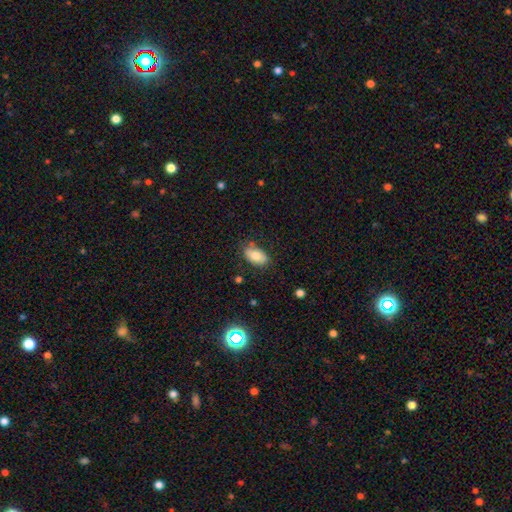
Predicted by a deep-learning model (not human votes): Smooth or featured? Predicted: smooth (p=0.78). How rounded? Predicted: in between (p=0.92). Merging? Predicted: none (p=0.77).